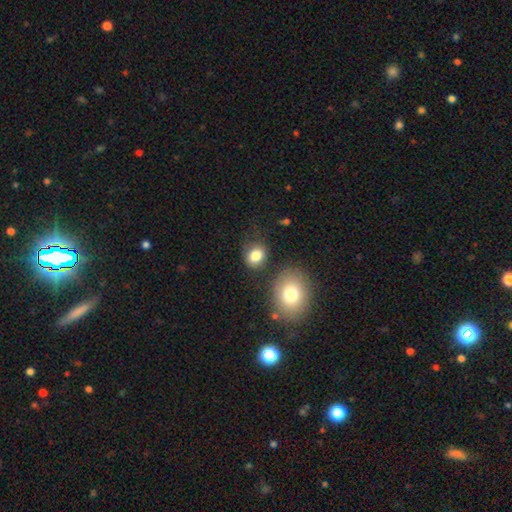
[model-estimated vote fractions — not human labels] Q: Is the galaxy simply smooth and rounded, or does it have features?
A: smooth — 82%.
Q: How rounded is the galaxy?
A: round — 51%.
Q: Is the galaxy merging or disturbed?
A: none — 68%.